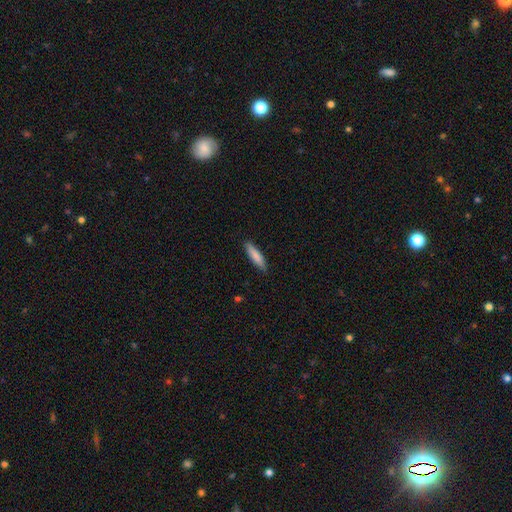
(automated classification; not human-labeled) smooth-or-featured: smooth: 83% | featured or disk: 12% | star or artifact: 5%
  how-rounded: cigar-shaped: 77% | in between: 22% | round: 1%
  merging: none: 88% | minor disturbance: 9% | major disturbance: 2% | merger: 1%